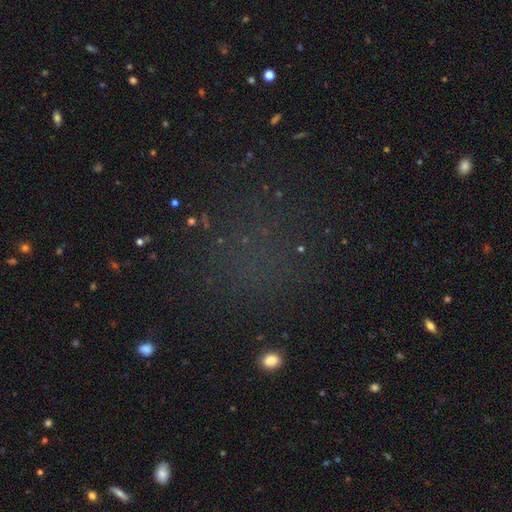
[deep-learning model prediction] A star or artifact, not a galaxy (57%).

Vote fractions:
- Smooth or featured? star or artifact: 57% / smooth: 31% / featured or disk: 12%